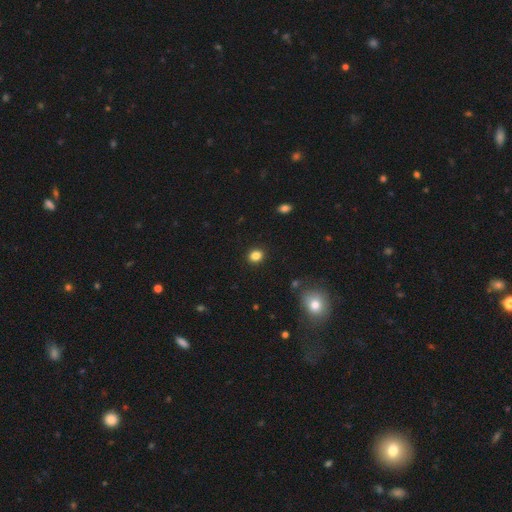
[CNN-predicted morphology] The model was most divided on "how rounded": round: 64%, in between: 35%, cigar-shaped: 1%. More confident: merging — none (90%); smooth or featured — smooth (84%).